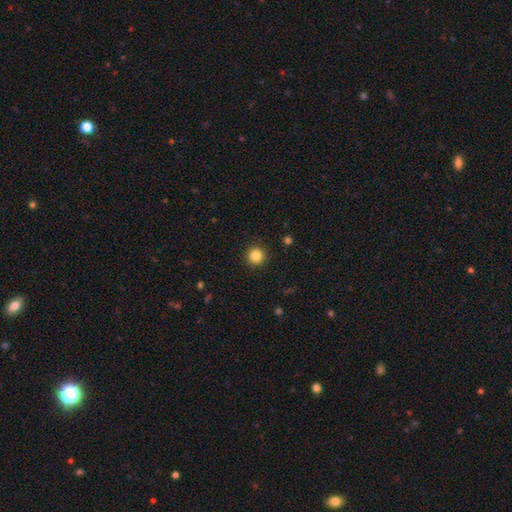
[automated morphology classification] smooth-or-featured: smooth: 85% | star or artifact: 11% | featured or disk: 4%
  how-rounded: round: 96% | in between: 3% | cigar-shaped: 1%
  merging: none: 93% | minor disturbance: 4% | major disturbance: 2% | merger: 1%